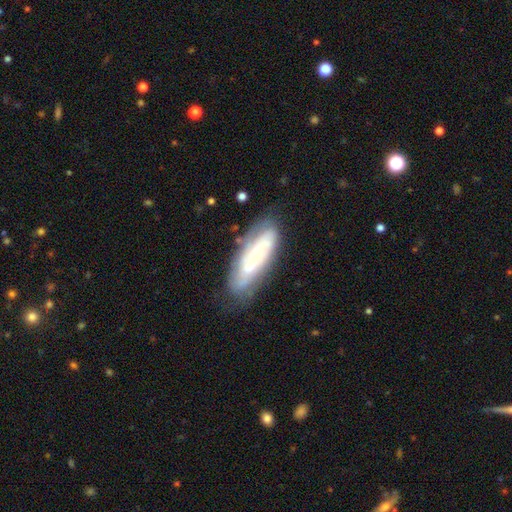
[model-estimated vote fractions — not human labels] Smooth or featured: featured or disk — 59% (smooth — 34%)
Edge-on disk: no — 81% (yes — 19%)
Merging: none — 69% (minor disturbance — 21%)